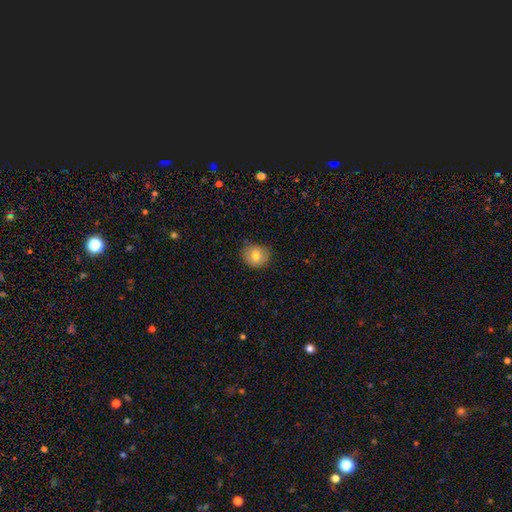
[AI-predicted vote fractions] smooth-or-featured: smooth: 78% | featured or disk: 14% | star or artifact: 9%
  how-rounded: round: 76% | in between: 24% | cigar-shaped: 1%
  merging: none: 81% | minor disturbance: 15% | major disturbance: 3% | merger: 1%